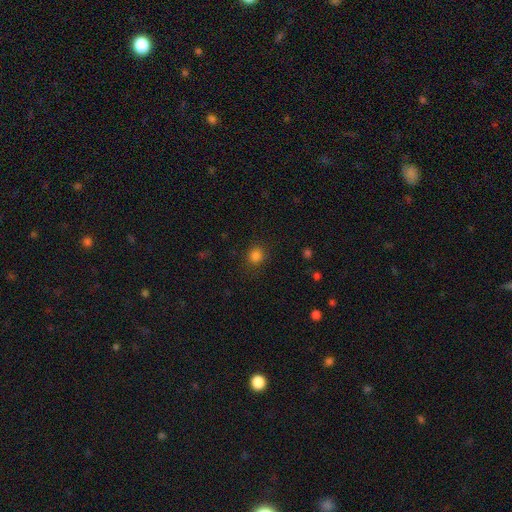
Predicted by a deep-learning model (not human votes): Morphology: type=smooth (83%); roundness=round (83%); merging=none (87%).